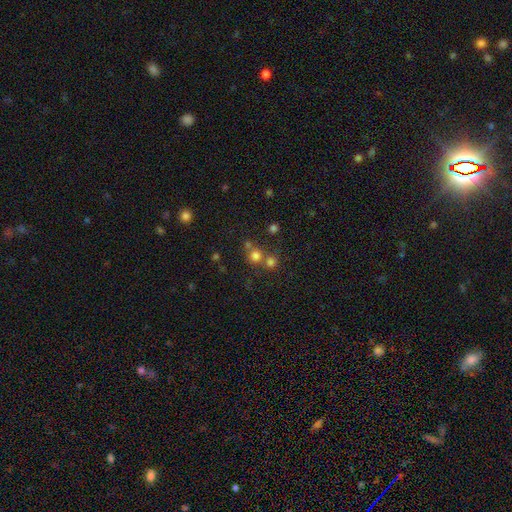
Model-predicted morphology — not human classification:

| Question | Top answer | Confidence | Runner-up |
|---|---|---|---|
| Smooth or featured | smooth | 72% | star or artifact (19%) |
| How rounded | round | 90% | in between (9%) |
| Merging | none | 55% | merger (35%) |